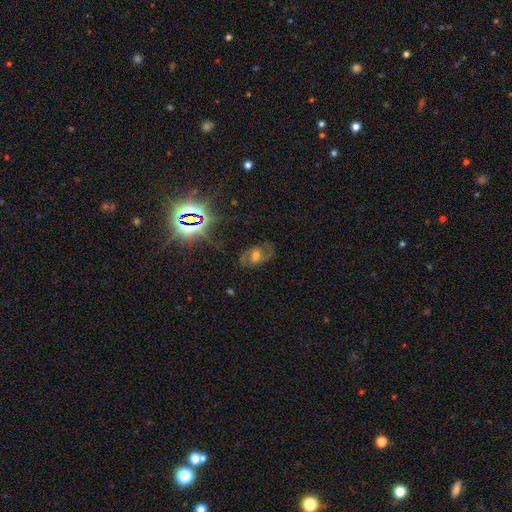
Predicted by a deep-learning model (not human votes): smooth_or_featured: featured or disk (p=0.58) [alt: star or artifact p=0.26]
disk_edge_on: no (p=0.95) [alt: yes p=0.05]
bar: weak (p=0.40) [alt: no p=0.36]
has_spiral_arms: yes (p=0.81) [alt: no p=0.19]
bulge_size: moderate (p=0.58) [alt: small p=0.23]
merging: none (p=0.75) [alt: minor disturbance p=0.15]